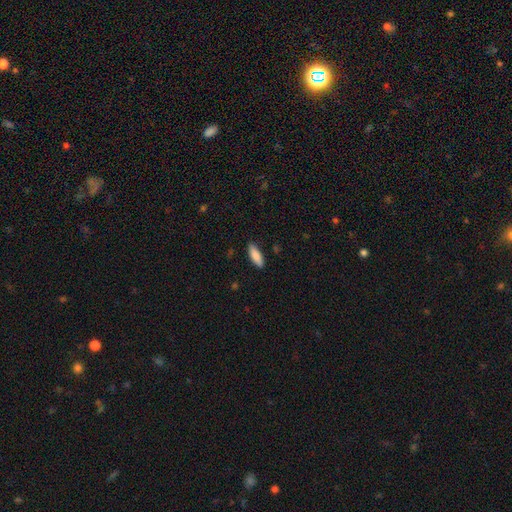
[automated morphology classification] A smooth galaxy with no disk features (86%) that is in between round and cigar-shaped (58%). Merging: none (87%).